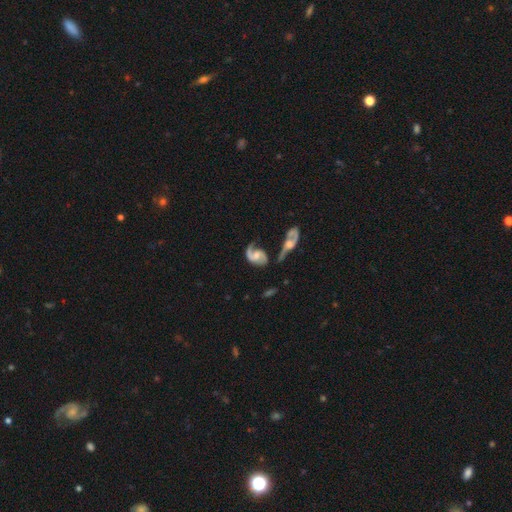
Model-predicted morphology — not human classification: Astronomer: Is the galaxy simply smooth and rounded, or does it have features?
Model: featured or disk — 85%.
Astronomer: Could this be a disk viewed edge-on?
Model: no — 96%.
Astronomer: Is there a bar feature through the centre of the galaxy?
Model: no — 47% (runner-up: weak, 43%).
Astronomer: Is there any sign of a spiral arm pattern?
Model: yes — 95%.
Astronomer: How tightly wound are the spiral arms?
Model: medium — 45% (runner-up: loose, 40%).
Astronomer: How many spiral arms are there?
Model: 2 — 80%.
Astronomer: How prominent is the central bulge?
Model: moderate — 39% (runner-up: small, 33%).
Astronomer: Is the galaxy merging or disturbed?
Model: none — 43% (runner-up: merger, 23%).